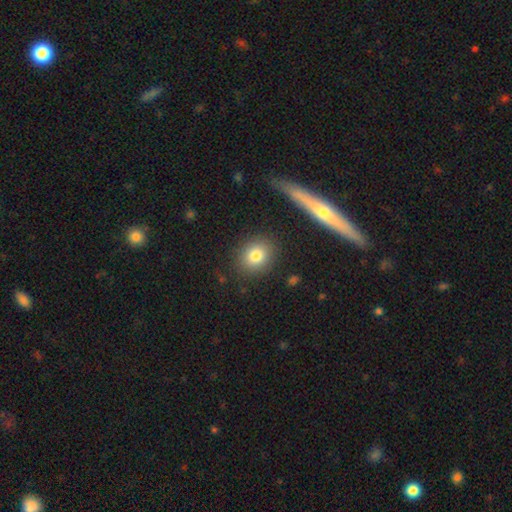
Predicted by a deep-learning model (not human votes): Q: Smooth or featured?
A: smooth (81%); runner-up: star or artifact (11%)
Q: How rounded?
A: round (70%); runner-up: in between (29%)
Q: Merging?
A: none (86%); runner-up: minor disturbance (9%)